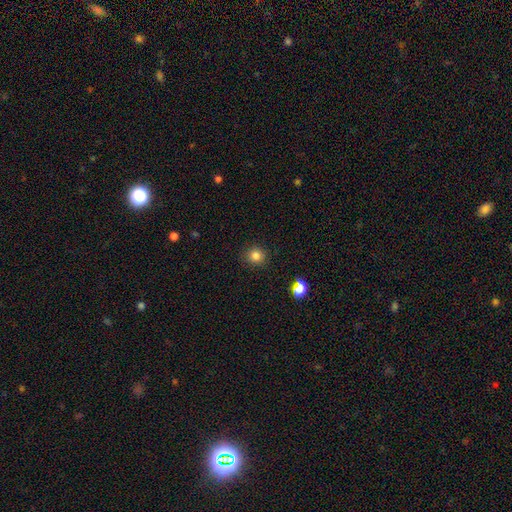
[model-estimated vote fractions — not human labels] This is clearly a smooth galaxy (82%). How rounded: clearly round (89%). Merging: clearly none (90%).